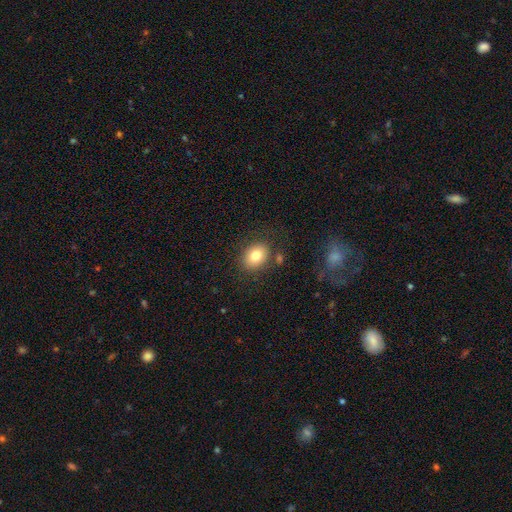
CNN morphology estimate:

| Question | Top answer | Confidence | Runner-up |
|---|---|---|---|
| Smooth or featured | smooth | 80% | featured or disk (10%) |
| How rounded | in between | 59% | round (40%) |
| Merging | none | 79% | minor disturbance (12%) |